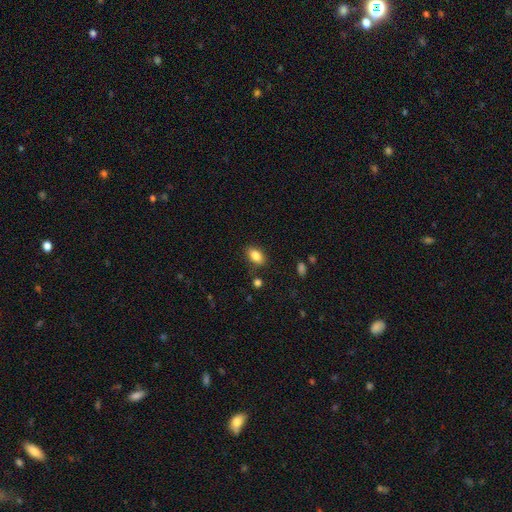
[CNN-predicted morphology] This is clearly a smooth galaxy (85%). How rounded: clearly in between (88%). Merging: clearly none (81%).